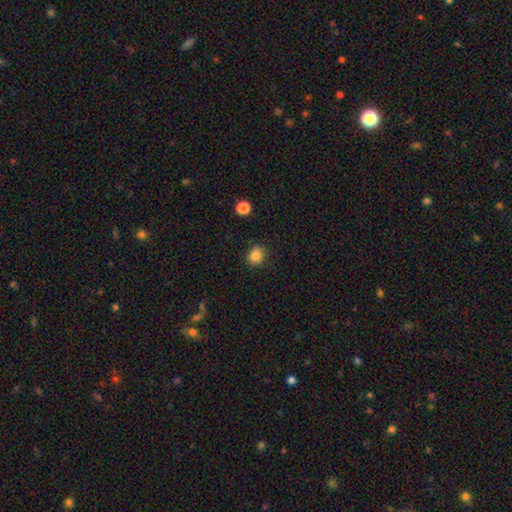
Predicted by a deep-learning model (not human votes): Smooth or featured? smooth (85%)
How rounded? round (75%)
Merging? none (85%)